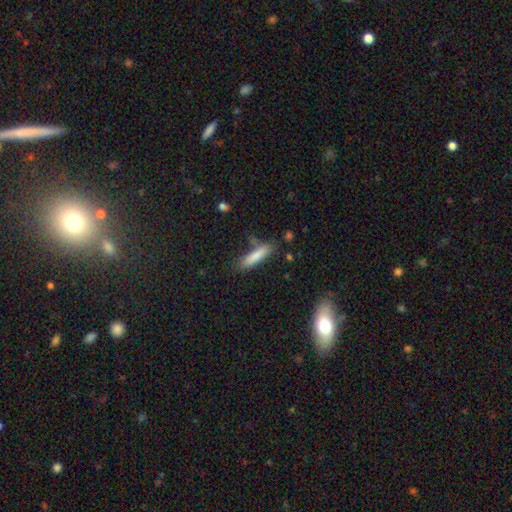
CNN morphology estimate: Smooth or featured? Predicted: smooth (p=0.80). How rounded? Predicted: cigar-shaped (p=0.80). Merging? Predicted: none (p=0.73).